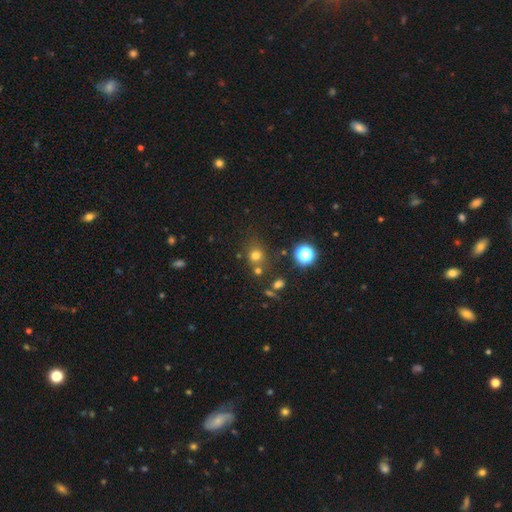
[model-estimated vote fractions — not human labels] A smooth galaxy with no disk features (70%) that is round (83%).

Vote fractions:
- Smooth or featured? smooth: 70% / star or artifact: 22% / featured or disk: 8%
- How rounded? round: 83% / in between: 16% / cigar-shaped: 1%
- Merging? none: 69% / merger: 13% / minor disturbance: 12% / major disturbance: 5%